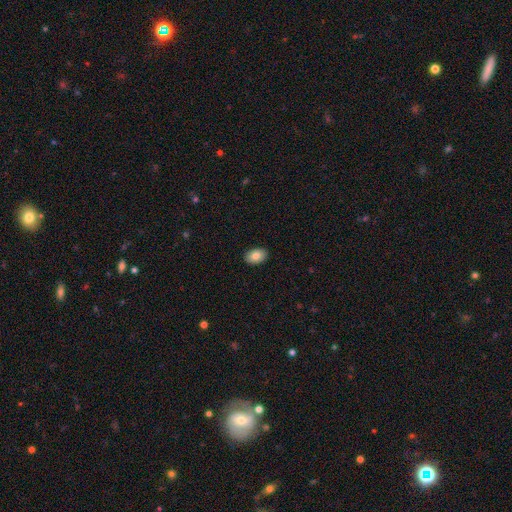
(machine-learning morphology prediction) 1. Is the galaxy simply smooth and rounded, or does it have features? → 83% smooth, 9% featured or disk, 7% star or artifact.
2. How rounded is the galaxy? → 88% in between, 11% round, 1% cigar-shaped.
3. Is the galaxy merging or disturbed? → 90% none, 7% minor disturbance, 2% major disturbance, 1% merger.